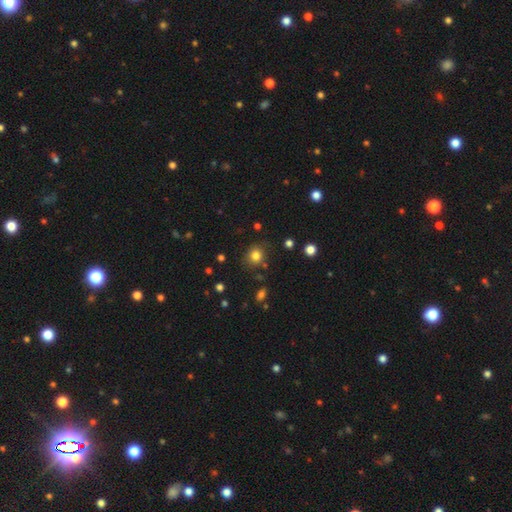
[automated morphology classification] smooth_or_featured: smooth (p=0.80) [alt: star or artifact p=0.13]
how_rounded: round (p=0.79) [alt: in between p=0.20]
merging: none (p=0.79) [alt: minor disturbance p=0.13]